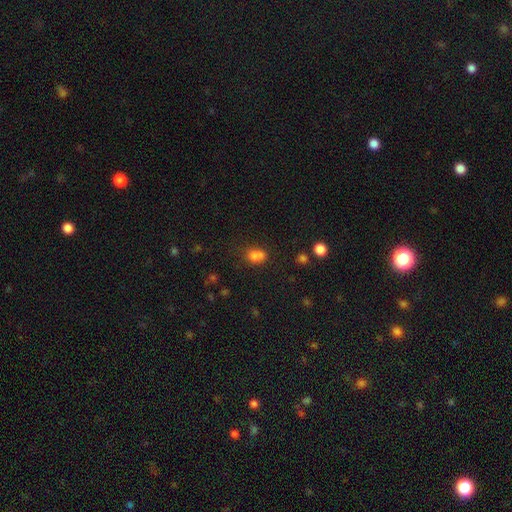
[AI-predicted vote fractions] A smooth galaxy with no disk features (75%) that is in between round and cigar-shaped (52%). Merging: merger (40%).